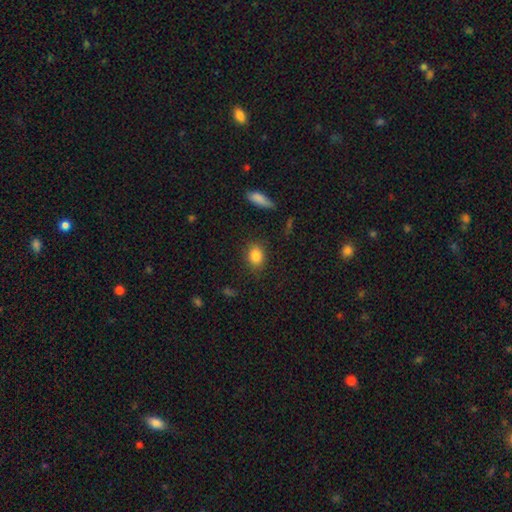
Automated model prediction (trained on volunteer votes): smooth-or-featured: smooth: 85% | star or artifact: 9% | featured or disk: 6%
  how-rounded: in between: 52% | round: 46% | cigar-shaped: 2%
  merging: none: 84% | minor disturbance: 11% | major disturbance: 3% | merger: 2%